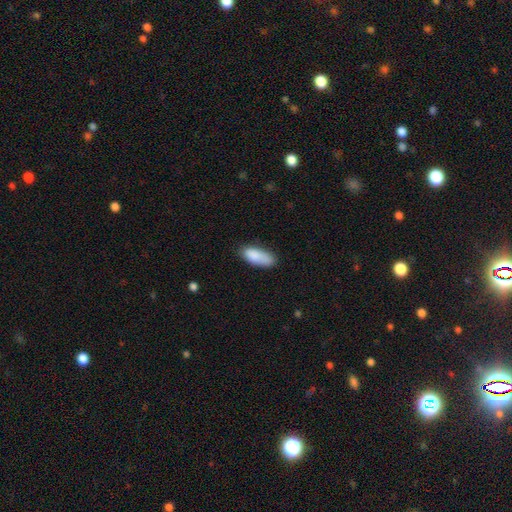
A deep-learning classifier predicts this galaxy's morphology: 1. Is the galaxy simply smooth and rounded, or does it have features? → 86% smooth, 7% star or artifact, 7% featured or disk.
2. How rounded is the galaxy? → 80% in between, 18% cigar-shaped, 2% round.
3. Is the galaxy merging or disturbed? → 68% none, 24% minor disturbance, 5% major disturbance, 3% merger.